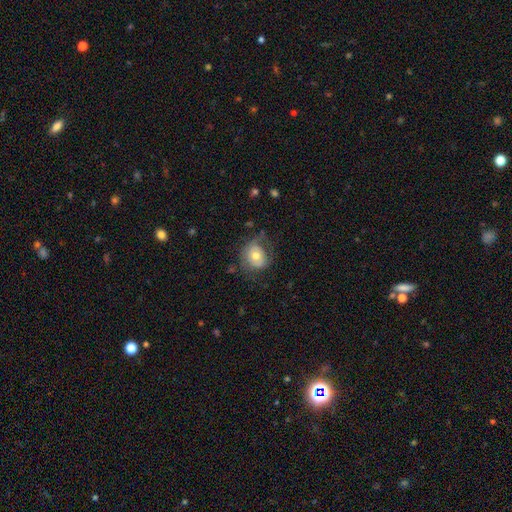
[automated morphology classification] A smooth galaxy with no disk features (58%) that is round (72%). Merging: none (52%).